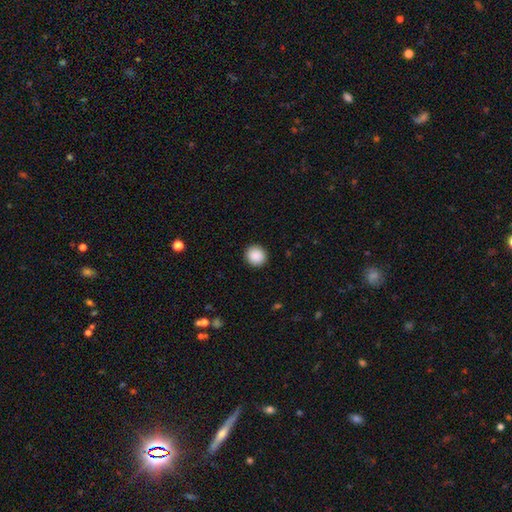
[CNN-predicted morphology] smooth 89%, star or artifact 8%, featured or disk 2%. Down the decision tree: how rounded — round (91%); merging — none (92%).